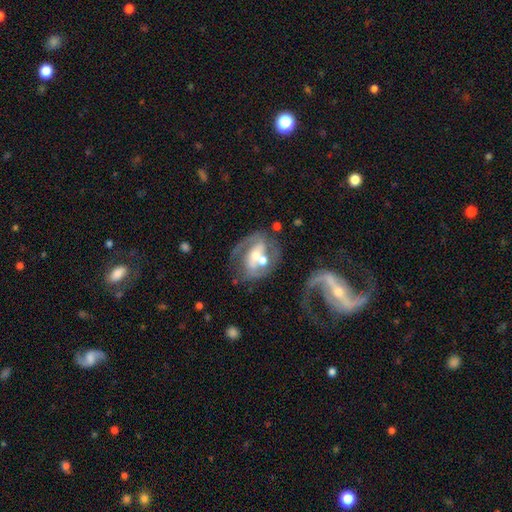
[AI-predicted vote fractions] Smooth or featured? Predicted: featured or disk (p=0.76). Edge-on disk? Predicted: no (p=0.96). Bar? Predicted: no (p=0.37). Spiral arms? Predicted: yes (p=0.75). Spiral winding? Predicted: medium (p=0.43). Spiral arm count? Predicted: 2 (p=0.68). Bulge size? Predicted: moderate (p=0.59). Merging? Predicted: none (p=0.35, tied with merger).